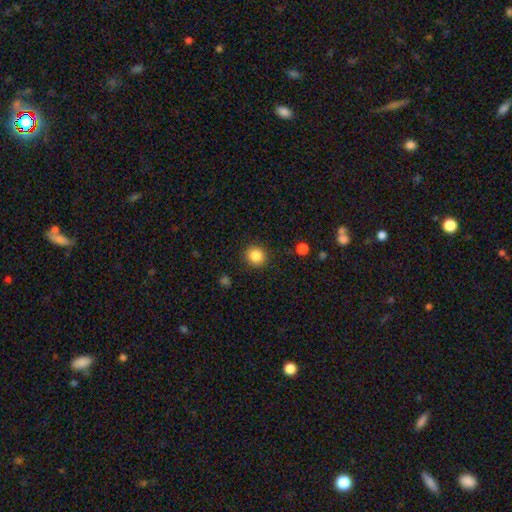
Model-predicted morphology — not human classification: A smooth galaxy with no disk features (86%) that is round (91%). Merging: none (90%).